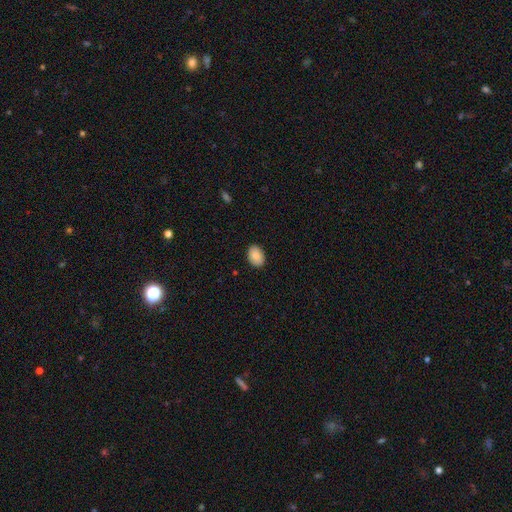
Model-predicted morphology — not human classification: This appears to be a smooth galaxy with no disk features (87%) that is in between round and cigar-shaped (79%). Merging: none (88%).